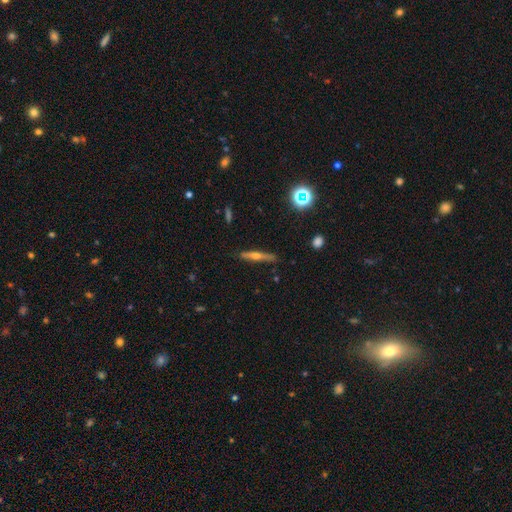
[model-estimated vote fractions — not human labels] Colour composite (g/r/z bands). It shows a featured or disk galaxy (60%) viewed edge-on (95%) with a rounded central bulge (89%). Merging: none (86%).